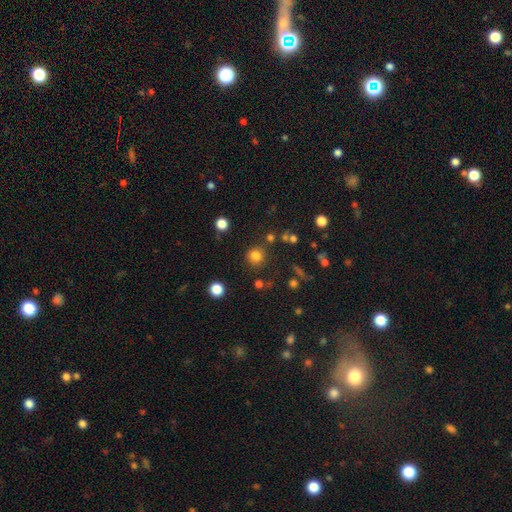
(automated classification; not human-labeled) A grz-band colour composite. It shows a smooth galaxy with no disk features (80%) that is round (93%). Merging: none (84%).